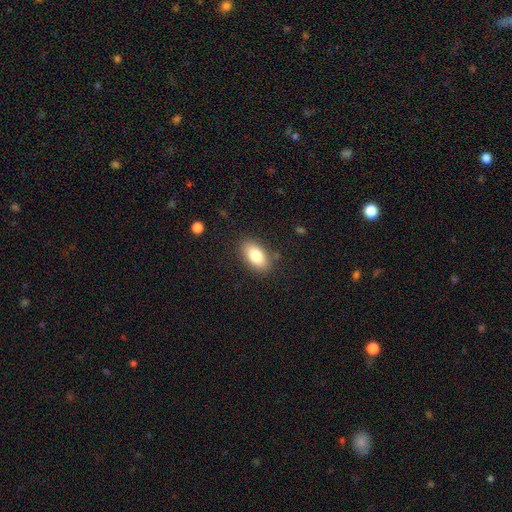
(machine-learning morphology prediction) The model was most divided on "smooth or featured": smooth: 80%, featured or disk: 12%, star or artifact: 7%. More confident: how rounded — in between (91%); merging — none (84%).